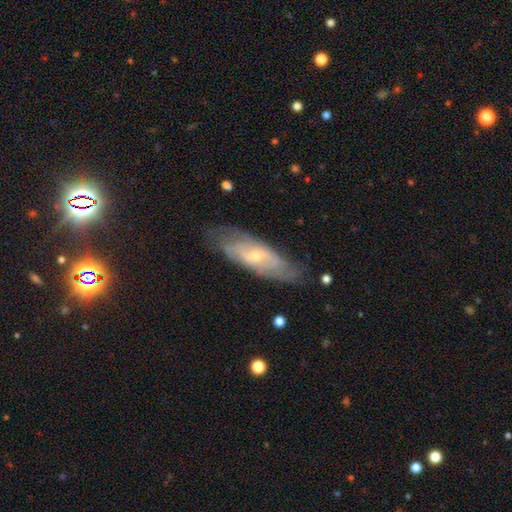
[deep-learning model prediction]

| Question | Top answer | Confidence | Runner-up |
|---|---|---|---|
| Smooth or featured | featured or disk | 72% | smooth (21%) |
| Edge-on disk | no | 80% | yes (20%) |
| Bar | no | 50% | weak (38%) |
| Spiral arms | yes | 82% | no (18%) |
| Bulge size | small | 68% | moderate (28%) |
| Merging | none | 72% | minor disturbance (20%) |